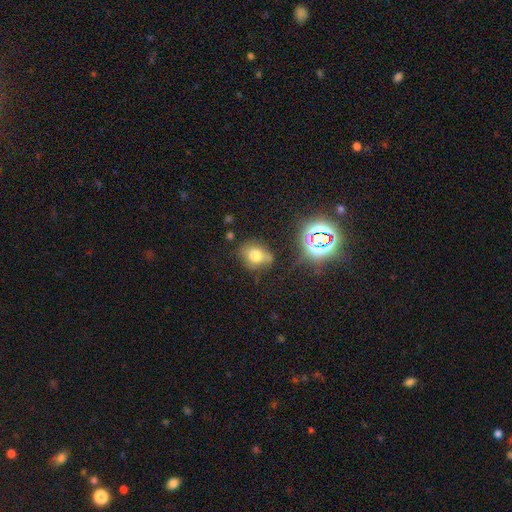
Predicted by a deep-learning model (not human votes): smooth-or-featured: smooth: 66% | star or artifact: 19% | featured or disk: 15%
  how-rounded: round: 50% | in between: 49% | cigar-shaped: 1%
  merging: none: 62% | minor disturbance: 24% | major disturbance: 9% | merger: 6%